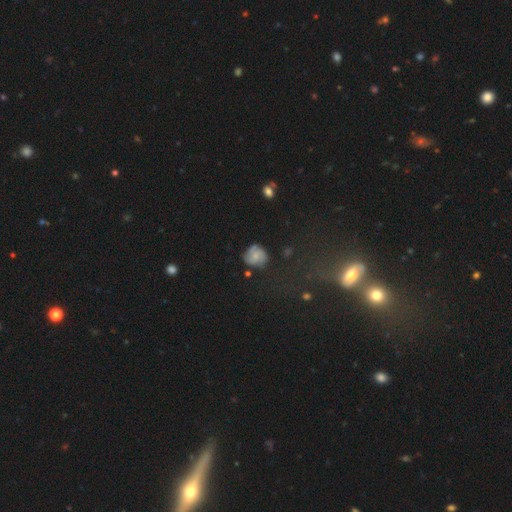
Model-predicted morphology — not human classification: featured or disk 46%, smooth 44%, star or artifact 10%. Down the decision tree: merging — none (62%).